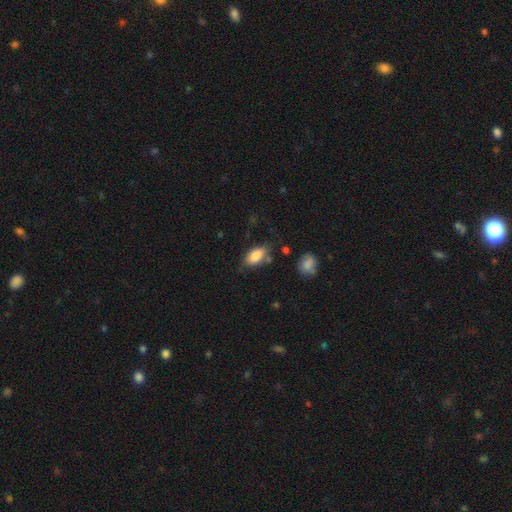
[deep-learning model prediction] smooth-or-featured: smooth: 85% | featured or disk: 9% | star or artifact: 7%
  how-rounded: in between: 90% | cigar-shaped: 7% | round: 3%
  merging: none: 70% | minor disturbance: 21% | merger: 5% | major disturbance: 5%